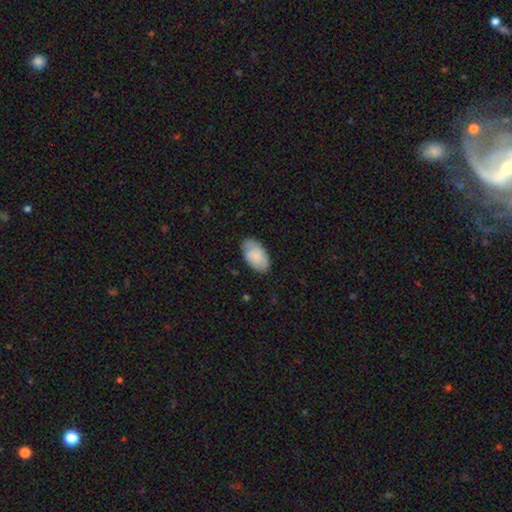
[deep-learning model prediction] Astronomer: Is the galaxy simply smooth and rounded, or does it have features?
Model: smooth — 83%.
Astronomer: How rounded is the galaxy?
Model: in between — 95%.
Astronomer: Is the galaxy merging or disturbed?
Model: none — 77%.